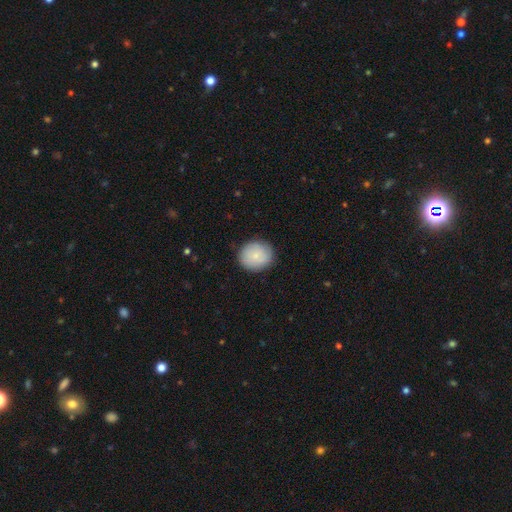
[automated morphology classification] A smooth galaxy with no disk features (83%) that is round (79%). Merging: none (86%).